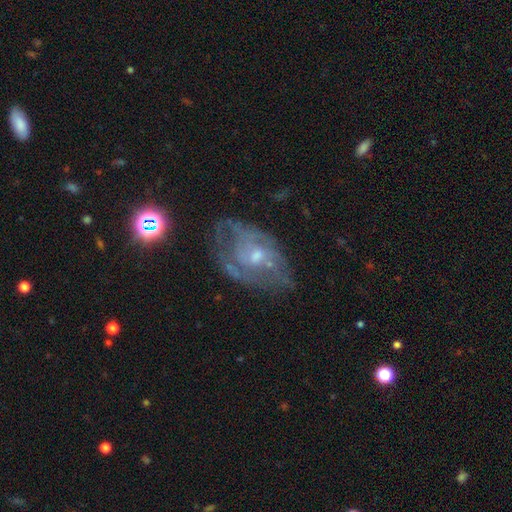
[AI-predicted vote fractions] Morphology: type=featured or disk (74%); edge-on=no (95%); bar=no (71%); spiral arms=yes (69%); bulge=small (52%); merging=none (56%).